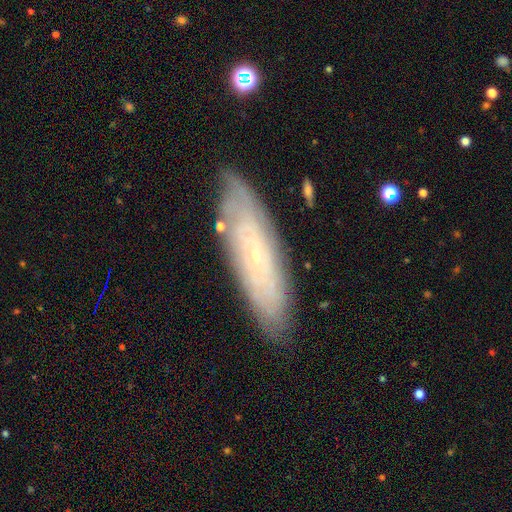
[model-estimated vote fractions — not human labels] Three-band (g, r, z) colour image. It shows a featured or disk galaxy (66%). Merging: none (83%).